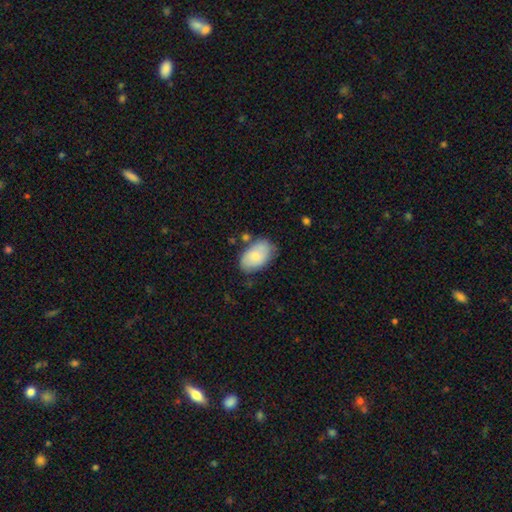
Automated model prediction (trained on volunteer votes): smooth_or_featured: smooth (p=0.76) [alt: featured or disk p=0.18]
how_rounded: in between (p=0.93) [alt: round p=0.06]
merging: none (p=0.65) [alt: minor disturbance p=0.23]